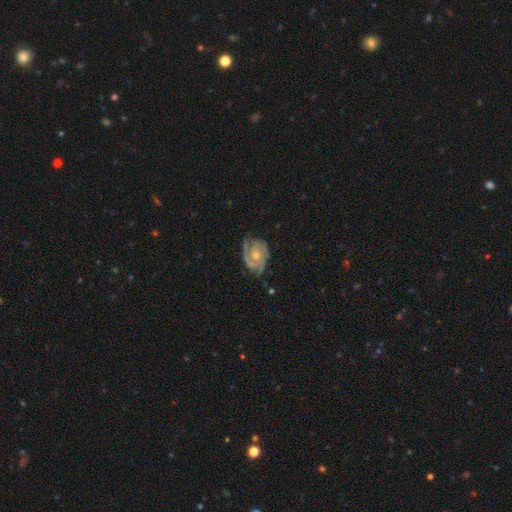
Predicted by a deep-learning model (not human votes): Smooth or featured? featured or disk (86%)
Edge-on disk? no (97%)
Bar? no (75%)
Spiral arms? yes (96%)
Spiral winding? tight (60%)
Spiral arm count? 2 (41%)
Bulge size? moderate (57%)
Merging? none (67%)